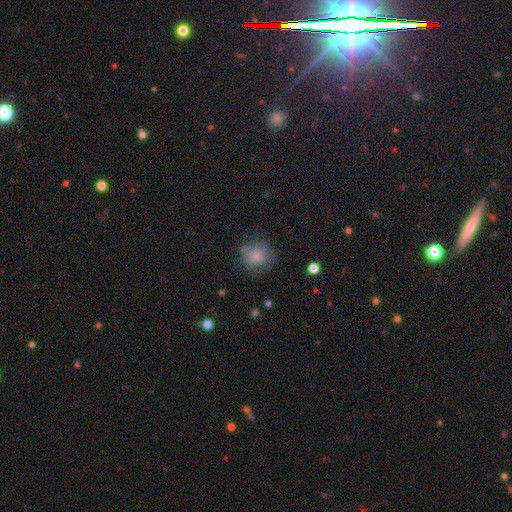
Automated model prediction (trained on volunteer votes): Smooth or featured?
  - smooth: 76% *
  - featured or disk: 15%
  - star or artifact: 9%
How rounded?
  - round: 83% *
  - in between: 16%
  - cigar-shaped: 1%
Merging?
  - none: 64% *
  - minor disturbance: 24%
  - major disturbance: 10%
  - merger: 2%